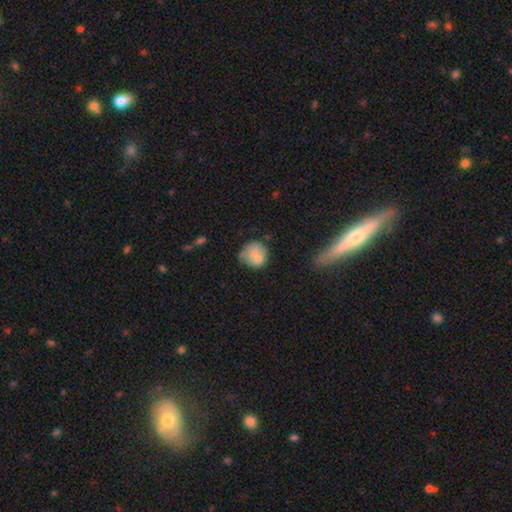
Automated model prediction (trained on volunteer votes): Overall: smooth (73%). How rounded: round (78%). Merging: none (46%; minor disturbance 31%).